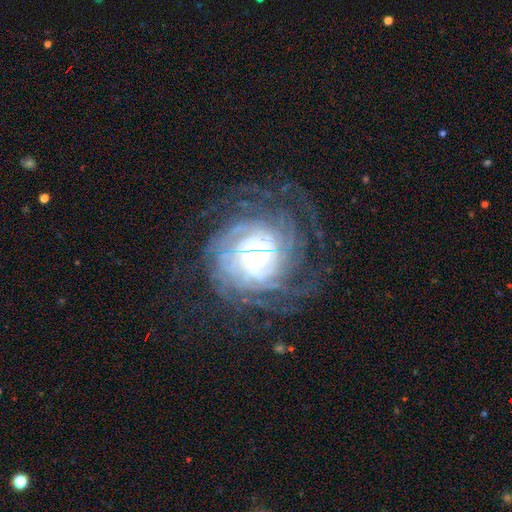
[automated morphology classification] Q: Smooth or featured?
A: featured or disk (87%); runner-up: star or artifact (7%)
Q: Edge-on disk?
A: no (97%); runner-up: yes (3%)
Q: Bar?
A: no (67%); runner-up: weak (24%)
Q: Spiral arms?
A: yes (96%); runner-up: no (4%)
Q: Spiral winding?
A: tight (76%); runner-up: medium (18%)
Q: Spiral arm count?
A: more than 4 (30%); runner-up: can't tell (29%)
Q: Bulge size?
A: small (52%); runner-up: moderate (38%)
Q: Merging?
A: none (71%); runner-up: minor disturbance (15%)